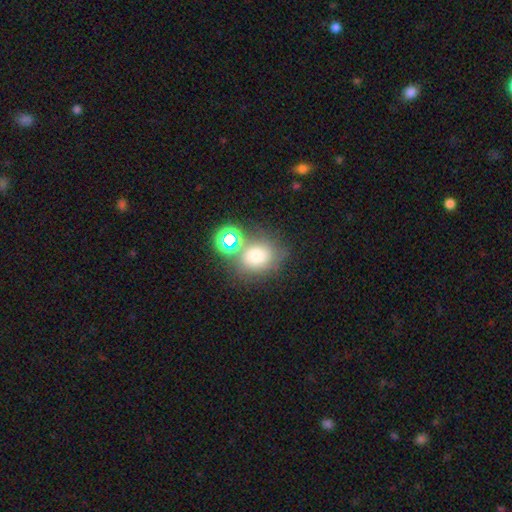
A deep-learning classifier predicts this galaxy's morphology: This appears to be a smooth galaxy with no disk features (66%) that is round (60%). Merging: none (56%).